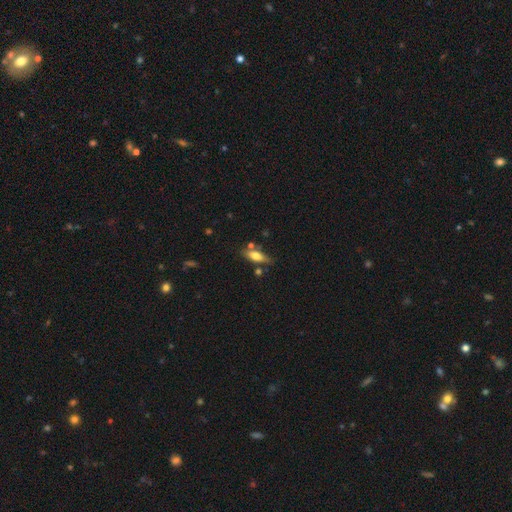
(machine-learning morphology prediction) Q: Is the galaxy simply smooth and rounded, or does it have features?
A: smooth — 63%.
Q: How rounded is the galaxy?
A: in between — 63%.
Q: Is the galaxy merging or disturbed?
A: none — 66%.